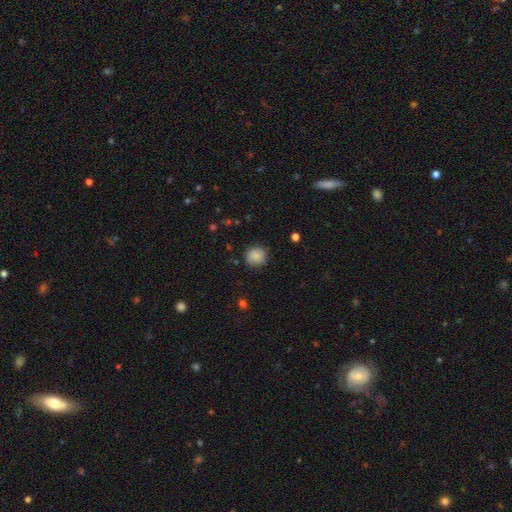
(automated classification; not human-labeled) This appears to be a smooth galaxy with no disk features (82%) that is round (84%). Merging: none (78%).